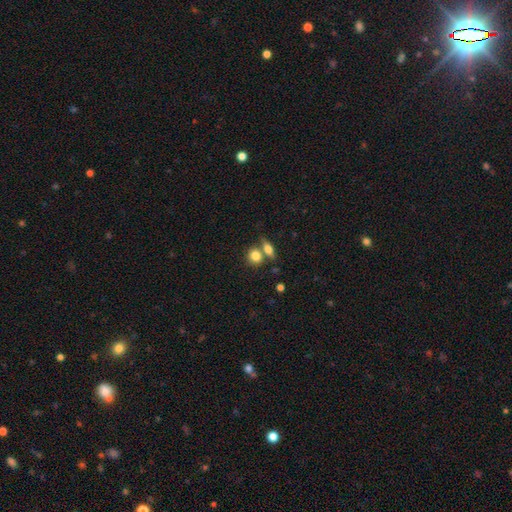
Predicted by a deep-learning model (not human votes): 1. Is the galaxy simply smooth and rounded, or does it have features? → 81% smooth, 11% featured or disk, 8% star or artifact.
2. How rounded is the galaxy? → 65% round, 32% in between, 3% cigar-shaped.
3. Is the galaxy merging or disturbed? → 51% none, 36% merger, 10% minor disturbance, 4% major disturbance.